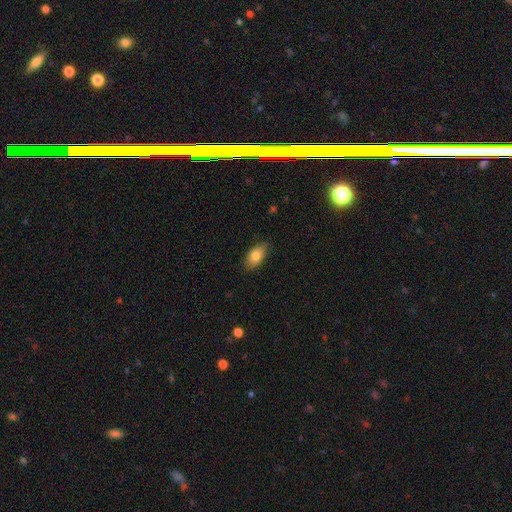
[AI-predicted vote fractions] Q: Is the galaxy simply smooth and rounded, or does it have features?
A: smooth — 81%.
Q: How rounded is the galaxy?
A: in between — 91%.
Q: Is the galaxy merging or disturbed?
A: none — 83%.